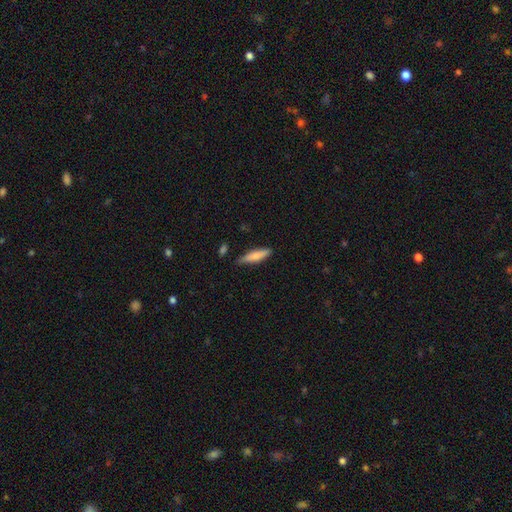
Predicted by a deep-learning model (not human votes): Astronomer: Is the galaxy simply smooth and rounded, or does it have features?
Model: smooth — 70%.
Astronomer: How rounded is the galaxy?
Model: cigar-shaped — 74%.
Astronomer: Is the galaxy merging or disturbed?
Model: none — 81%.